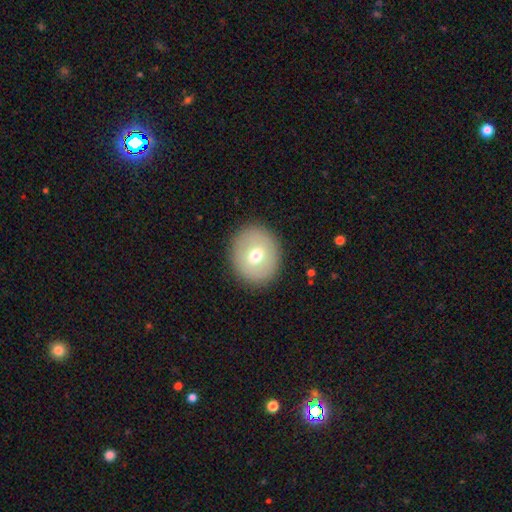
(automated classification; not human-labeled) A smooth galaxy with no disk features (64%) that is round (74%). Merging: none (88%).